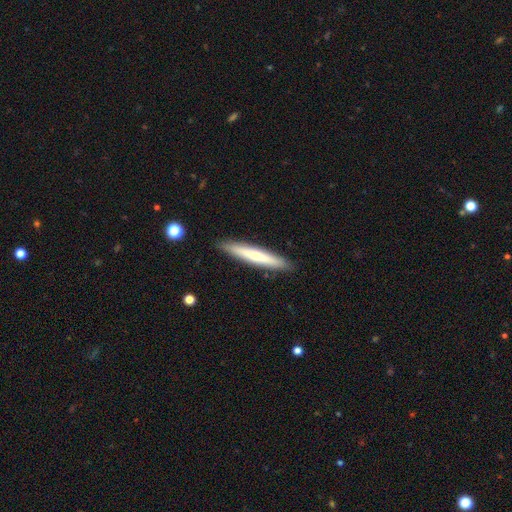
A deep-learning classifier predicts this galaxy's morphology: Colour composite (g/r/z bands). It shows a smooth galaxy with no disk features (52%) that is cigar-shaped (93%). Merging: none (91%).